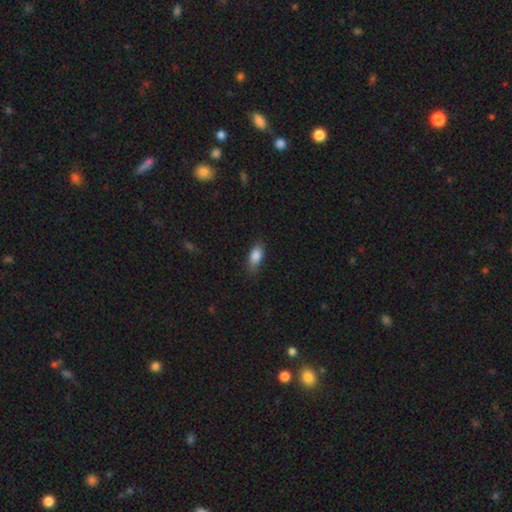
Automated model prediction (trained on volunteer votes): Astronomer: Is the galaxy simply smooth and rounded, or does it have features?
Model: smooth — 86%.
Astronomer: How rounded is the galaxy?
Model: in between — 87%.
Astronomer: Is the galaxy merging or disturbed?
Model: none — 80%.